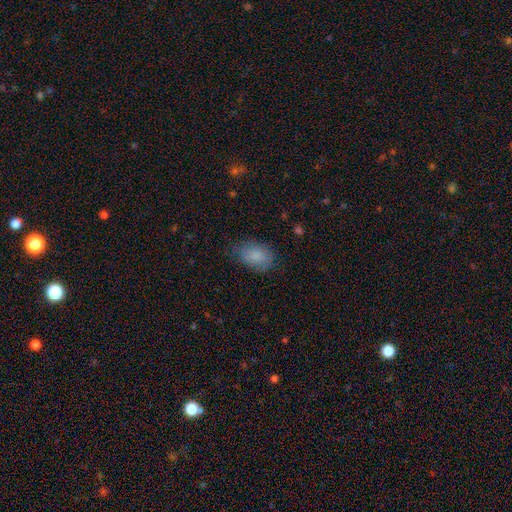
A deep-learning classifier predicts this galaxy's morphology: Smooth or featured?
  - smooth: 84% *
  - featured or disk: 8%
  - star or artifact: 8%
How rounded?
  - in between: 82% *
  - round: 17%
  - cigar-shaped: 1%
Merging?
  - none: 68% *
  - minor disturbance: 25%
  - major disturbance: 7%
  - merger: 1%